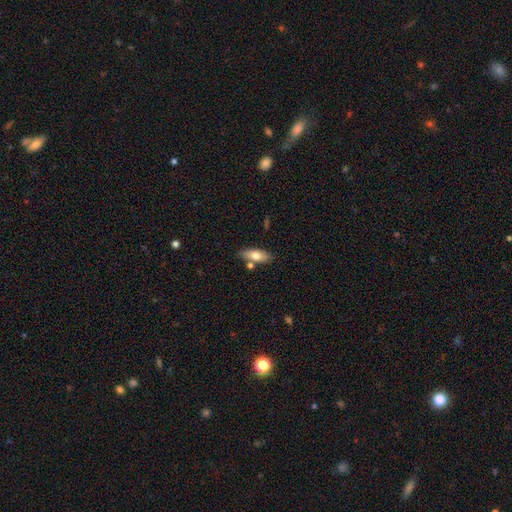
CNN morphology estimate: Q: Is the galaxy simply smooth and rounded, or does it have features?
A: smooth — 71%.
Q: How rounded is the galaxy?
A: in between — 78%.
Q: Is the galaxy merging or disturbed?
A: none — 73%.